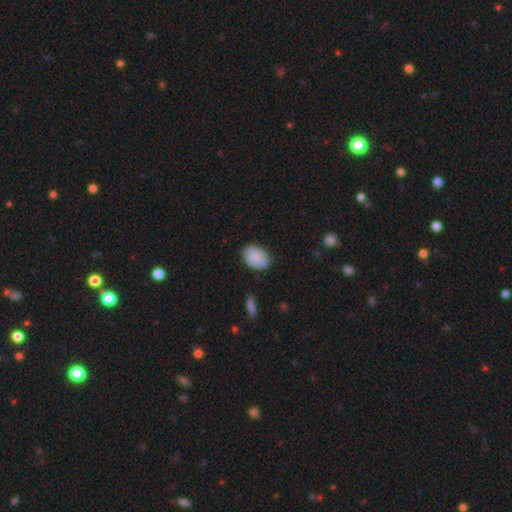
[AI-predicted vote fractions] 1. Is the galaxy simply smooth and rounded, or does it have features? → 78% smooth, 15% featured or disk, 7% star or artifact.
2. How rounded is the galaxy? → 74% in between, 25% round, 1% cigar-shaped.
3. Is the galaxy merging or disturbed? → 70% none, 23% minor disturbance, 4% major disturbance, 2% merger.